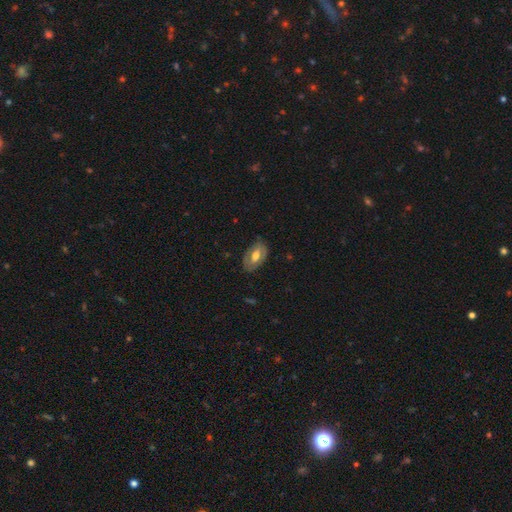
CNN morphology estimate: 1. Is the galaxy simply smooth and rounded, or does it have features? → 47% smooth (tied), 47% featured or disk (tied), 6% star or artifact.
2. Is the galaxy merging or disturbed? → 75% none, 19% minor disturbance, 5% major disturbance, 1% merger.